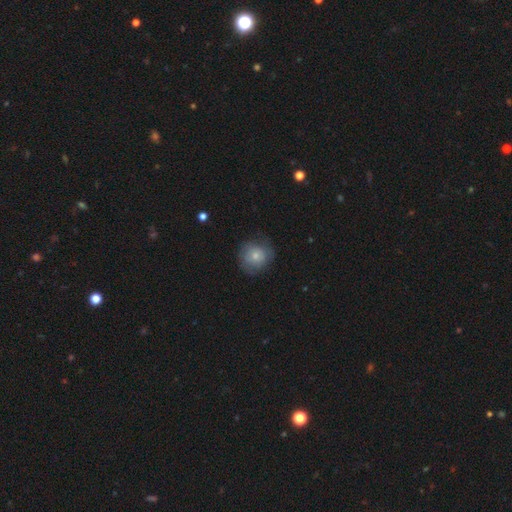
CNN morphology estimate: Smooth or featured? Predicted: smooth (p=0.74). How rounded? Predicted: round (p=0.88). Merging? Predicted: none (p=0.72).